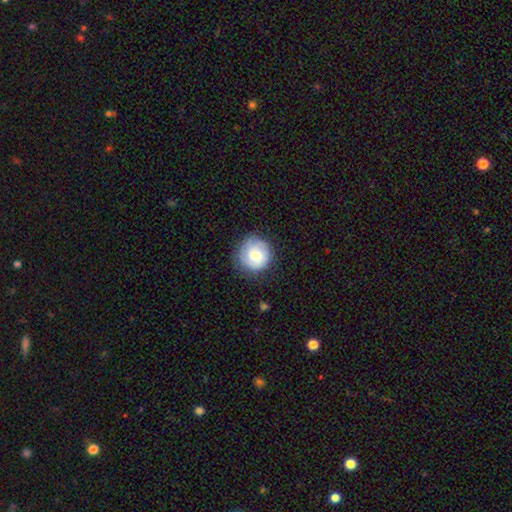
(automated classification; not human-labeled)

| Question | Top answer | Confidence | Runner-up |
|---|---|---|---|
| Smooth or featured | smooth | 67% | featured or disk (26%) |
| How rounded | round | 93% | in between (6%) |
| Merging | none | 79% | minor disturbance (16%) |